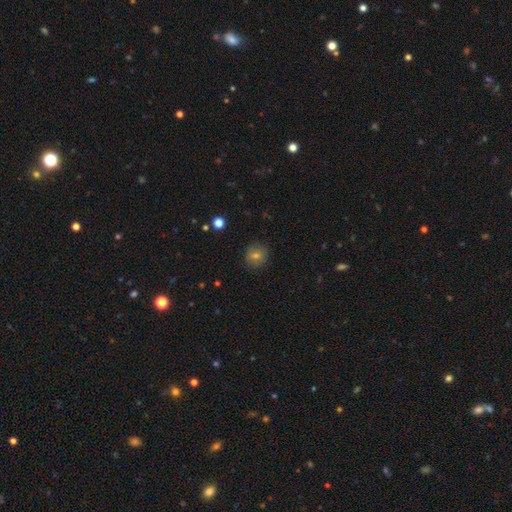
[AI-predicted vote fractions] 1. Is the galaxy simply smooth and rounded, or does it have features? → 69% smooth, 16% star or artifact, 15% featured or disk.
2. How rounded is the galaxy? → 92% round, 7% in between, 1% cigar-shaped.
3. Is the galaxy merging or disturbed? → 88% none, 8% minor disturbance, 2% major disturbance, 1% merger.